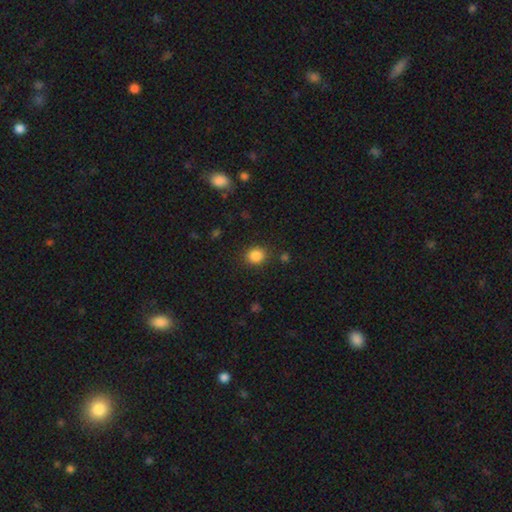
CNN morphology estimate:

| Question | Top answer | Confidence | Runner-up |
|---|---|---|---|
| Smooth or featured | smooth | 86% | star or artifact (11%) |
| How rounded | round | 75% | in between (24%) |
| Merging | none | 86% | minor disturbance (9%) |